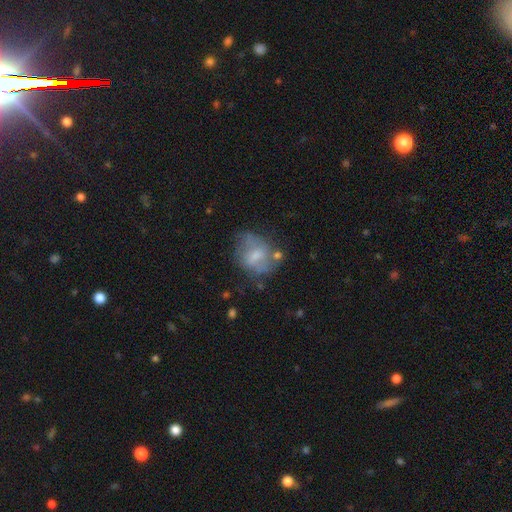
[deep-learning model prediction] Smooth or featured? Predicted: smooth (p=0.51). How rounded? Predicted: in between (p=0.53). Merging? Predicted: none (p=0.47).